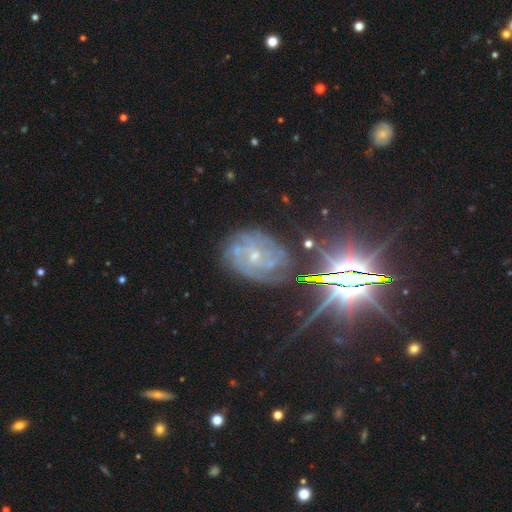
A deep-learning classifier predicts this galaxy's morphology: smooth_or_featured: featured or disk (p=0.73) [alt: star or artifact p=0.19]
disk_edge_on: no (p=0.95) [alt: yes p=0.05]
bar: no (p=0.65) [alt: weak p=0.26]
has_spiral_arms: yes (p=0.95) [alt: no p=0.05]
spiral_winding: tight (p=0.69) [alt: medium p=0.25]
spiral_arm_count: can't tell (p=0.36) [alt: 3 p=0.17]
bulge_size: small (p=0.77) [alt: moderate p=0.19]
merging: none (p=0.73) [alt: minor disturbance p=0.17]